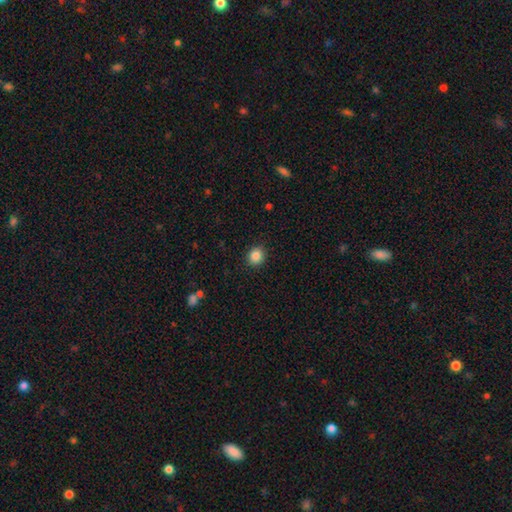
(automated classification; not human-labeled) Morphology: type=smooth (86%); roundness=round (83%); merging=none (91%).